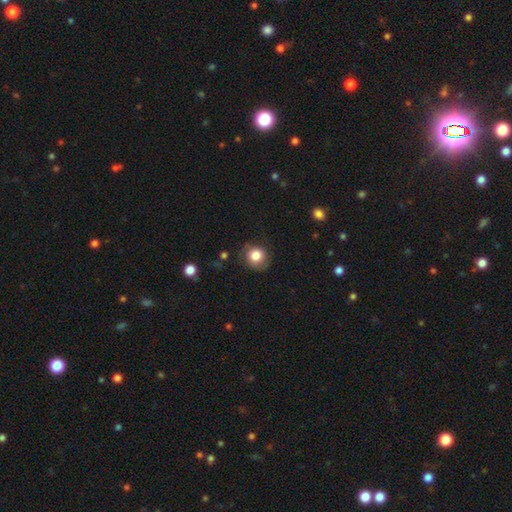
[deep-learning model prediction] Q: Smooth or featured?
A: smooth (80%); runner-up: featured or disk (11%)
Q: How rounded?
A: round (85%); runner-up: in between (14%)
Q: Merging?
A: none (77%); runner-up: minor disturbance (16%)